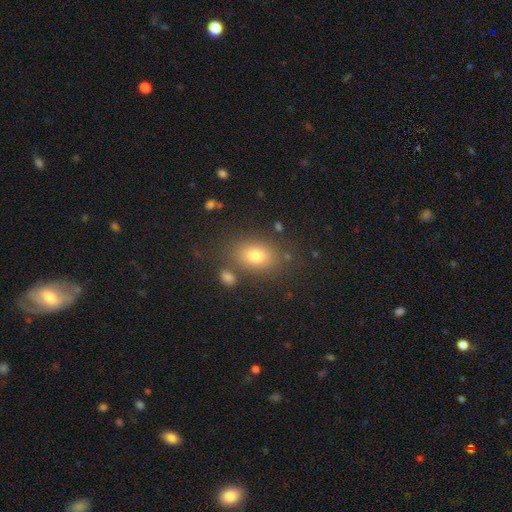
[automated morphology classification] smooth-or-featured: smooth: 76% | star or artifact: 13% | featured or disk: 11%
  how-rounded: in between: 72% | round: 26% | cigar-shaped: 1%
  merging: none: 76% | minor disturbance: 11% | merger: 9% | major disturbance: 4%